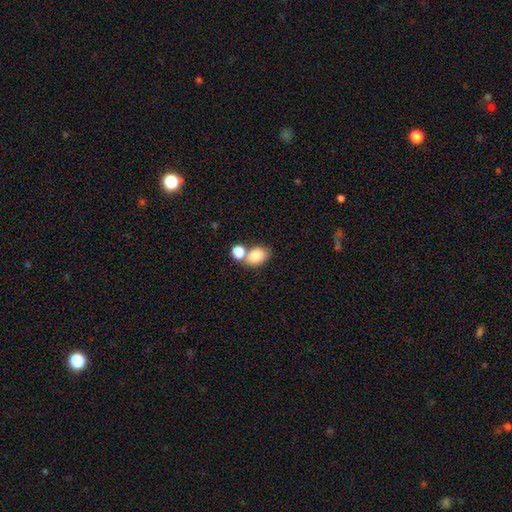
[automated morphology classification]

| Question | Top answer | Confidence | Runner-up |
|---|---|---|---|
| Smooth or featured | smooth | 82% | star or artifact (10%) |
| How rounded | in between | 71% | round (28%) |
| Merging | none | 52% | merger (33%) |